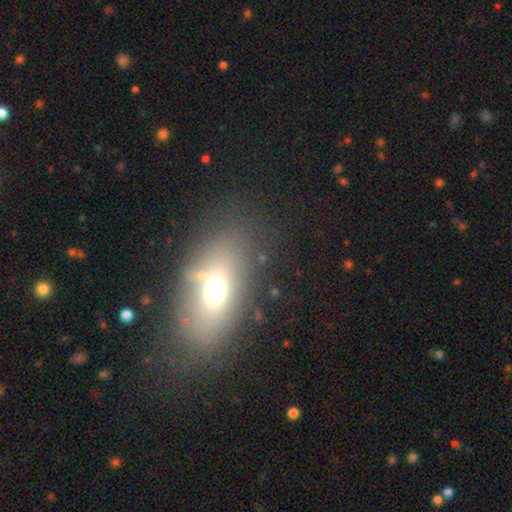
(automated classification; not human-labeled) Smooth or featured? smooth (56%)
How rounded? in between (81%)
Merging? none (73%)